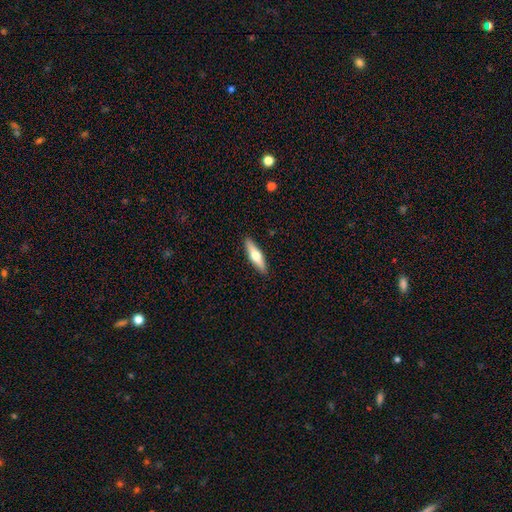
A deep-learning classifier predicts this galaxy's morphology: Q: Smooth or featured?
A: featured or disk (51%); runner-up: smooth (43%)
Q: Edge-on disk?
A: yes (94%); runner-up: no (6%)
Q: Merging?
A: none (91%); runner-up: minor disturbance (6%)